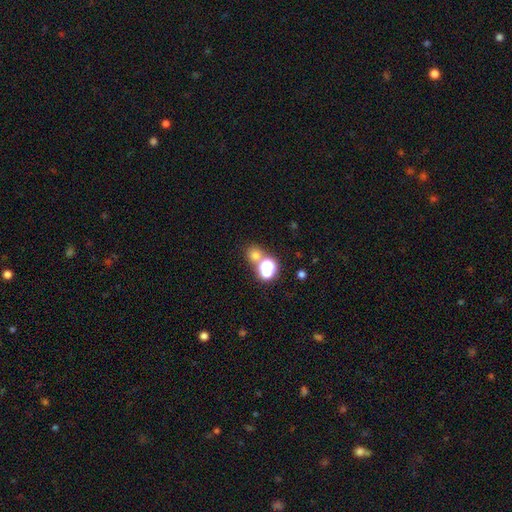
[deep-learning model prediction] Smooth or featured? smooth (65%)
How rounded? round (81%)
Merging? none (57%)